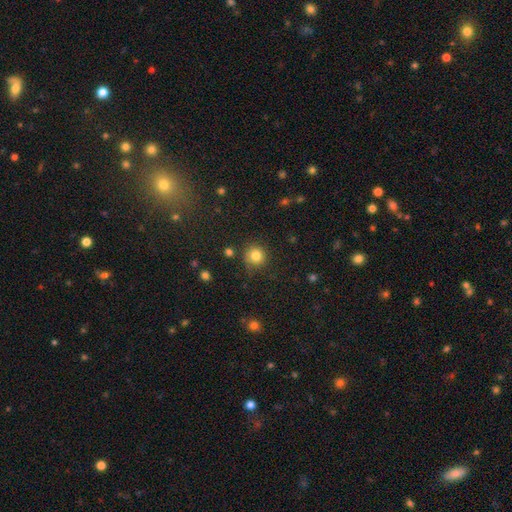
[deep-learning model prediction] This appears to be a smooth galaxy with no disk features (82%) that is round (91%). Merging: none (80%).